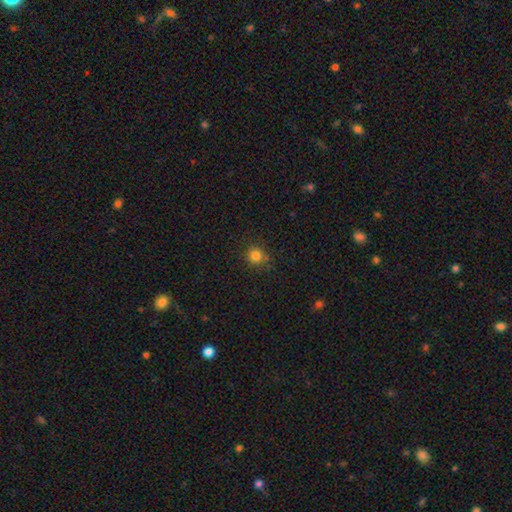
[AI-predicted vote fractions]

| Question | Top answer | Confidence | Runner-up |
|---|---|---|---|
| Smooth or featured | smooth | 81% | star or artifact (14%) |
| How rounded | round | 91% | in between (8%) |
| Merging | none | 83% | minor disturbance (11%) |